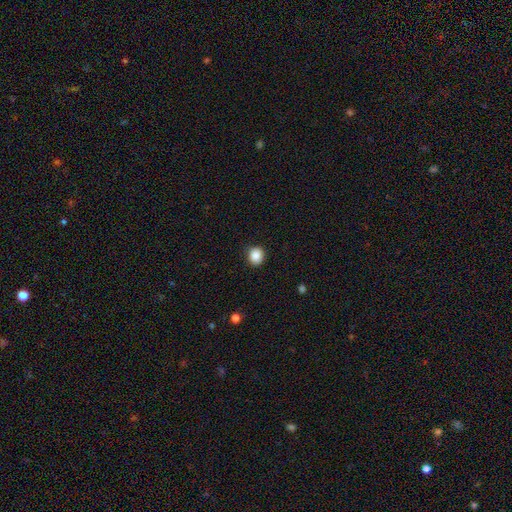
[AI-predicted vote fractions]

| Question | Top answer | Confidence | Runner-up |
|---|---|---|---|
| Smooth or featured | smooth | 86% | star or artifact (9%) |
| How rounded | round | 86% | in between (13%) |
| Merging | none | 89% | minor disturbance (8%) |